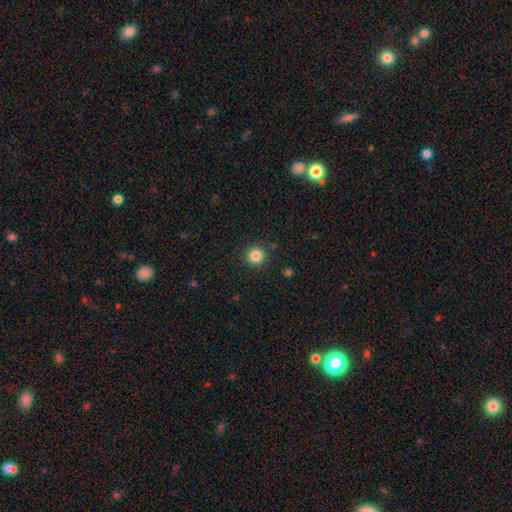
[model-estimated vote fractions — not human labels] Smooth or featured? Predicted: smooth (p=0.84). How rounded? Predicted: round (p=0.94). Merging? Predicted: none (p=0.90).